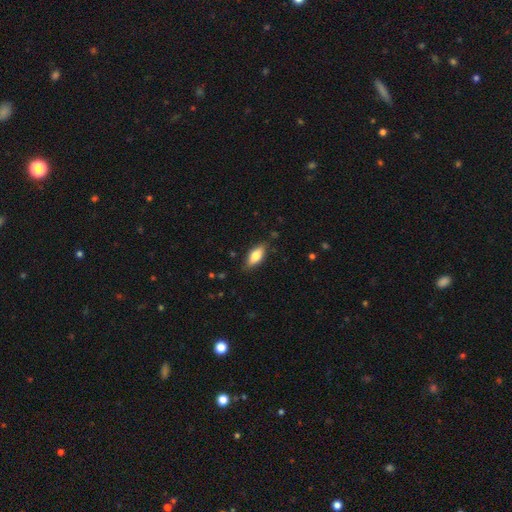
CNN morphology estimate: Smooth or featured?
  - smooth: 72% *
  - featured or disk: 22%
  - star or artifact: 6%
How rounded?
  - in between: 81% *
  - cigar-shaped: 17%
  - round: 3%
Merging?
  - none: 82% *
  - minor disturbance: 14%
  - major disturbance: 3%
  - merger: 1%